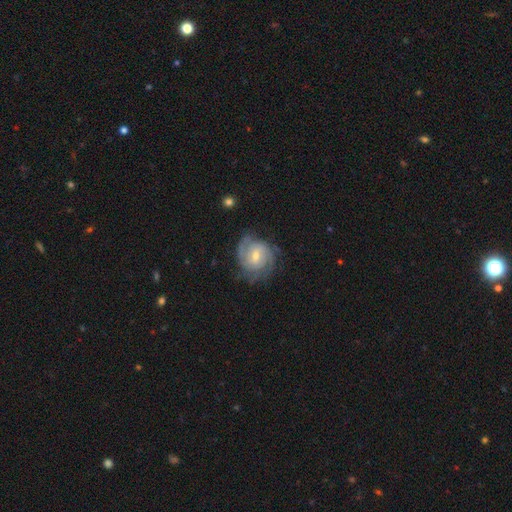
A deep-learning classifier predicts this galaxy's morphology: This is clearly a featured or disk galaxy (83%). It is clearly not viewed edge-on (98%). Bar: possibly weak (50%). Spiral arm pattern: clearly yes (96%). Spiral arm count: marginally 2 (36%). Spiral winding: possibly tight (60%). Central bulge: possibly small (51%). Merging: likely none (70%).